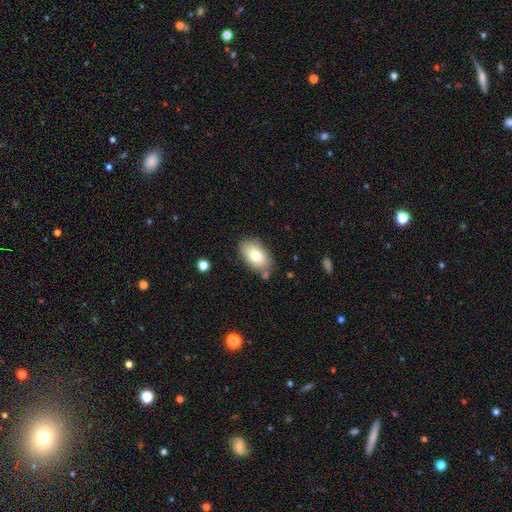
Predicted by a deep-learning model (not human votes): smooth 79%, featured or disk 14%, star or artifact 7%. Down the decision tree: how rounded — in between (93%); merging — none (77%).